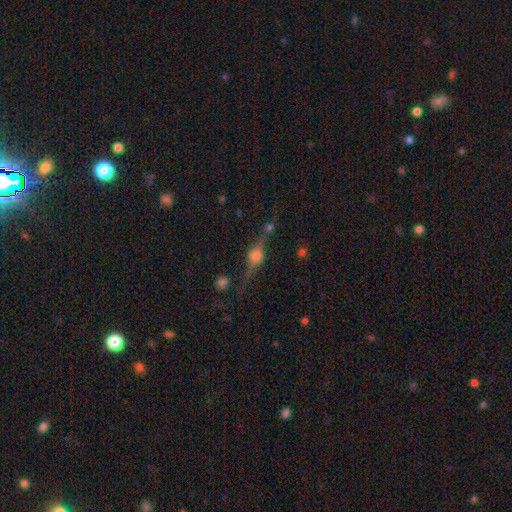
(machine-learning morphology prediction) This is likely a featured or disk galaxy (75%). It is clearly viewed edge-on (94%). Edge-on bulge: clearly rounded (92%). Merging: likely none (75%).